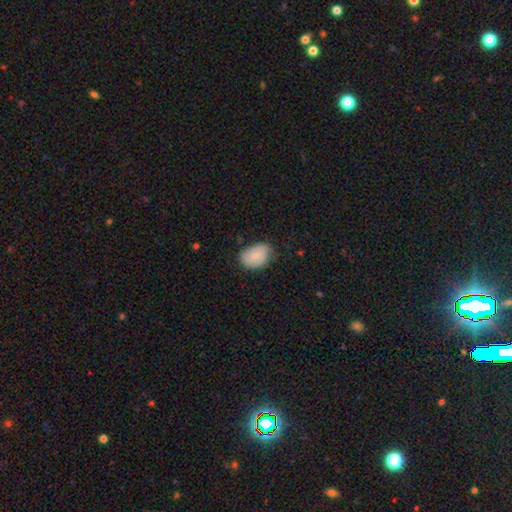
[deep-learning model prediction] smooth-or-featured: smooth: 75% | featured or disk: 18% | star or artifact: 7%
  how-rounded: in between: 83% | round: 16% | cigar-shaped: 1%
  merging: none: 64% | minor disturbance: 29% | major disturbance: 6% | merger: 1%